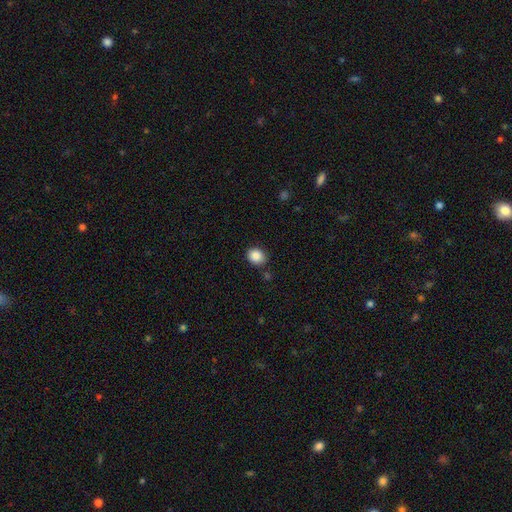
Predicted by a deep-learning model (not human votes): Smooth or featured? Predicted: smooth (p=0.87). How rounded? Predicted: round (p=0.64). Merging? Predicted: none (p=0.85).